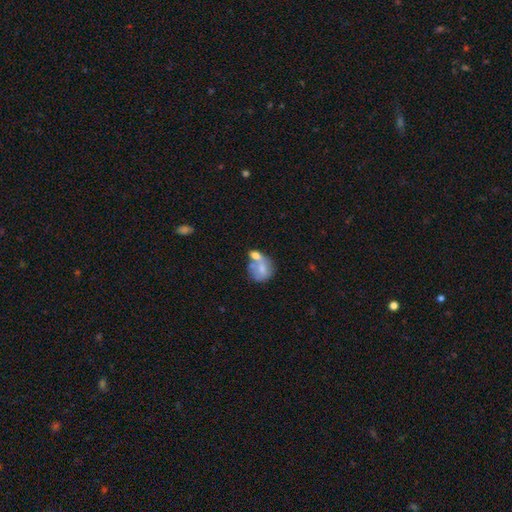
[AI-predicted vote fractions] A smooth galaxy with no disk features (61%) that is round (59%). Merging: merger (51%).